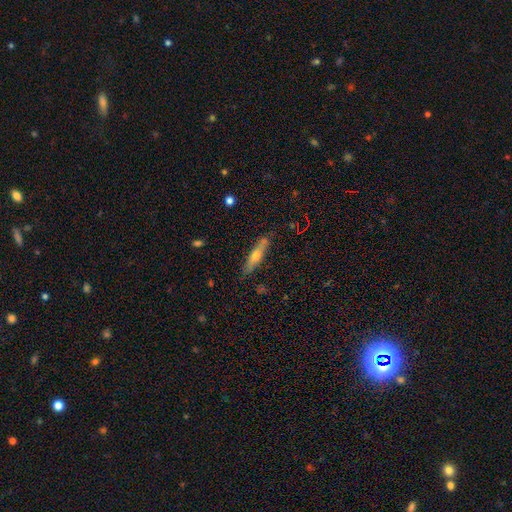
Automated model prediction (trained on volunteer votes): A featured or disk galaxy (48%).

Vote fractions:
- Smooth or featured? featured or disk: 48% / smooth: 45% / star or artifact: 7%
- Merging? none: 82% / minor disturbance: 13% / merger: 3% / major disturbance: 2%